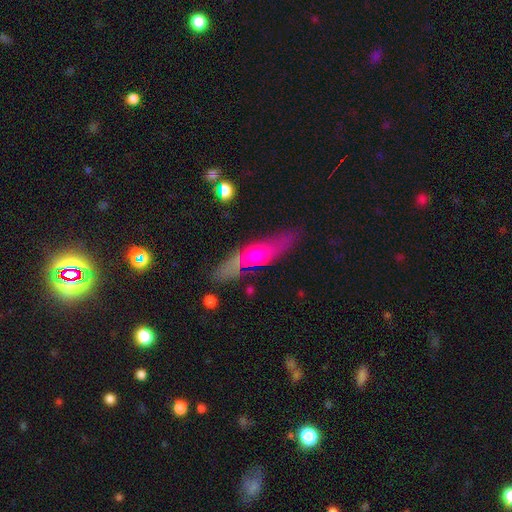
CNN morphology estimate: The model was most divided on "smooth or featured": smooth: 49%, featured or disk: 41%, star or artifact: 10%. More confident: merging — none (65%).